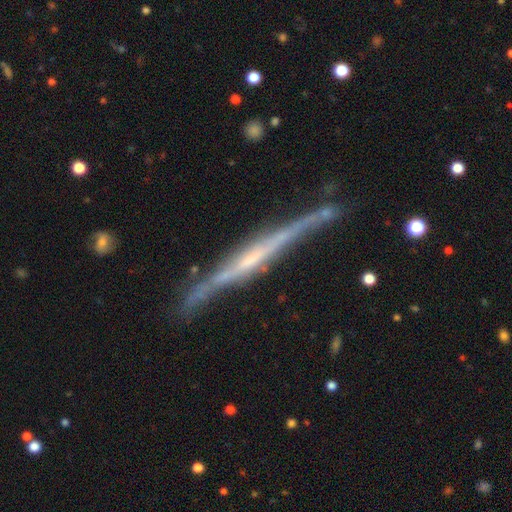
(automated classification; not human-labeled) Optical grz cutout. It shows a featured or disk galaxy (83%) viewed edge-on (97%) with no central bulge (47%). Merging: none (79%).